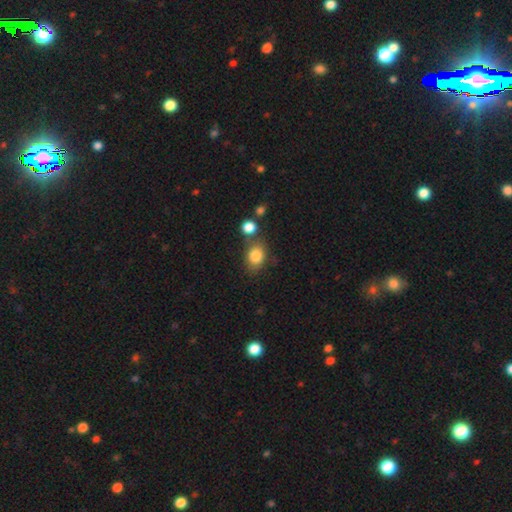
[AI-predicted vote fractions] The model was most divided on "how rounded": in between: 59%, round: 40%, cigar-shaped: 1%. More confident: smooth or featured — smooth (83%); merging — none (66%).